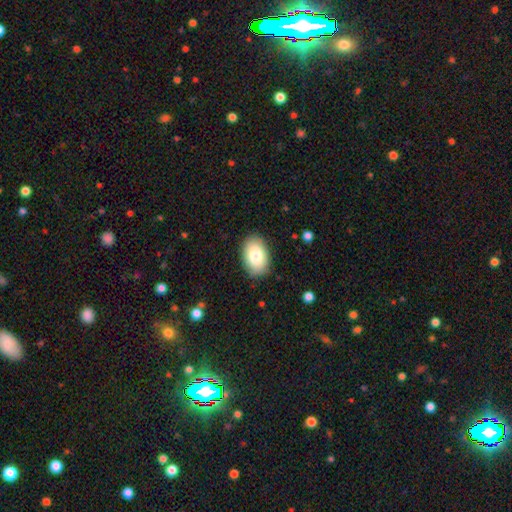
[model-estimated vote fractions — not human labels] smooth_or_featured: smooth (p=0.83) [alt: featured or disk p=0.11]
how_rounded: in between (p=0.90) [alt: round p=0.09]
merging: none (p=0.86) [alt: minor disturbance p=0.10]